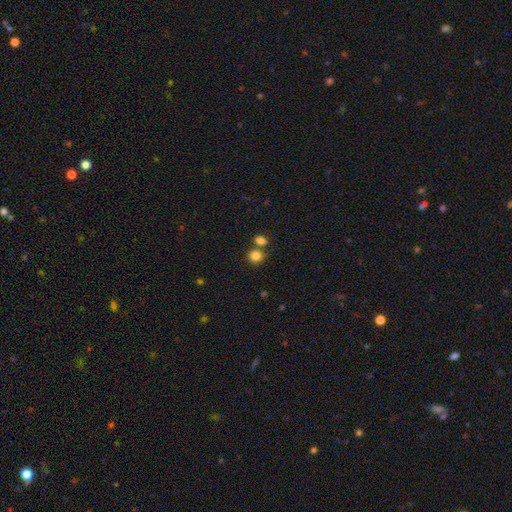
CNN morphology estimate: Q: Smooth or featured?
A: smooth (83%); runner-up: star or artifact (11%)
Q: How rounded?
A: round (79%); runner-up: in between (20%)
Q: Merging?
A: none (64%); runner-up: merger (24%)